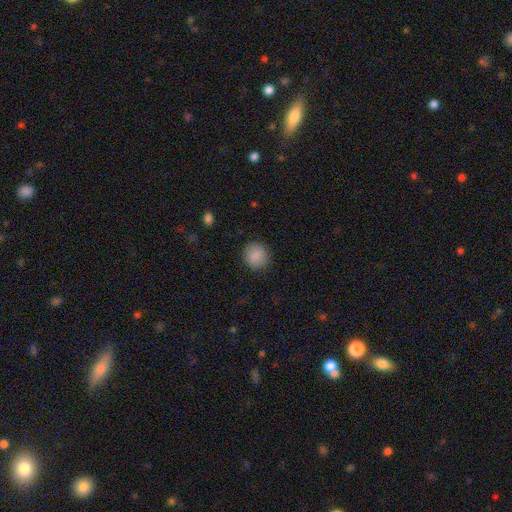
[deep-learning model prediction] Morphology: type=smooth (88%); roundness=round (88%); merging=none (89%).